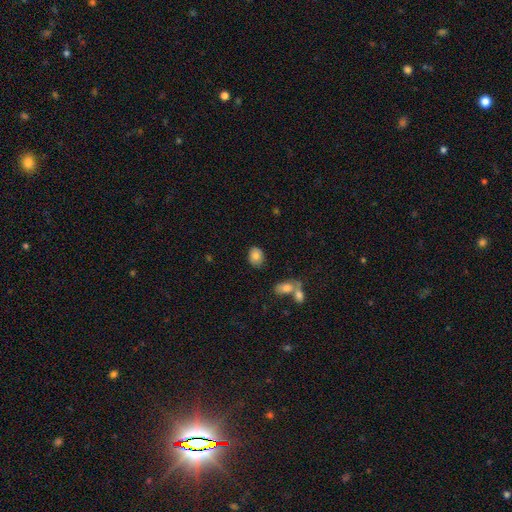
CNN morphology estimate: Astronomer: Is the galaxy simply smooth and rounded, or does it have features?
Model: smooth — 79%.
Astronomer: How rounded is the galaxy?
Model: in between — 63%.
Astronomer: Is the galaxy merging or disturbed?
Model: none — 81%.